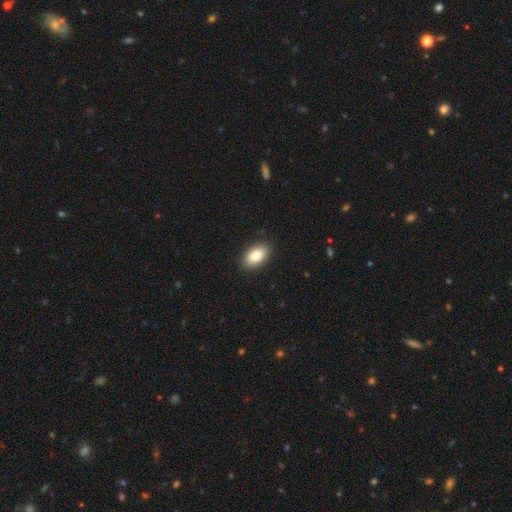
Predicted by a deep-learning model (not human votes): This is clearly a smooth galaxy (87%). How rounded: clearly in between (93%). Merging: clearly none (89%).